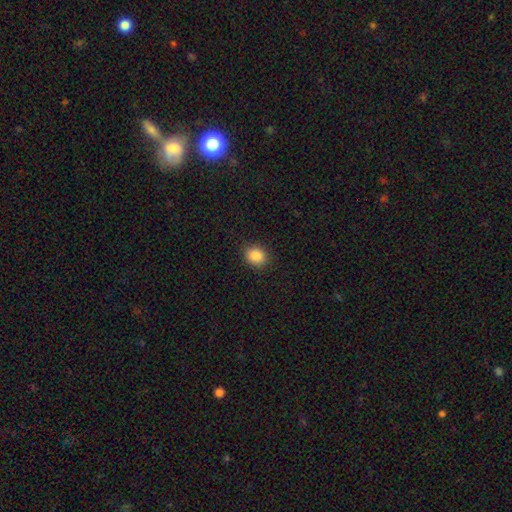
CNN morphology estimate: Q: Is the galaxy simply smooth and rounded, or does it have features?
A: smooth — 87%.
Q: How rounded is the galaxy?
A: round — 65%.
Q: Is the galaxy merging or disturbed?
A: none — 88%.